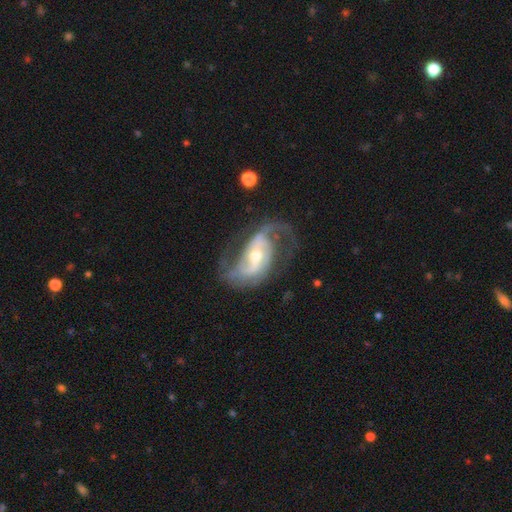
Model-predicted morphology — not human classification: Smooth or featured?
  - featured or disk: 88% *
  - smooth: 7%
  - star or artifact: 5%
Edge-on disk?
  - no: 96% *
  - yes: 4%
Bar?
  - weak: 42% *
  - strong: 30%
  - no: 28%
Spiral arms?
  - yes: 95% *
  - no: 5%
Spiral winding?
  - medium: 44% *
  - loose: 42%
  - tight: 14%
Spiral arm count?
  - 2: 81% *
  - can't tell: 6%
  - 3: 5%
  - 1: 4%
  - 4: 2%
  - more than 4: 2%
Bulge size?
  - moderate: 53% *
  - small: 41%
  - large: 4%
  - none: 1%
  - dominant: 1%
Merging?
  - none: 62% *
  - minor disturbance: 19%
  - major disturbance: 18%
  - merger: 2%